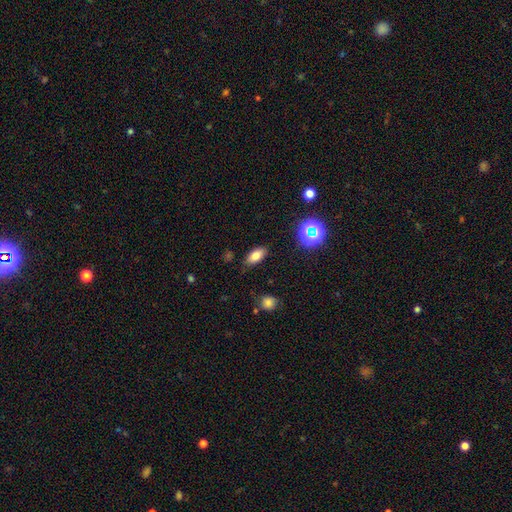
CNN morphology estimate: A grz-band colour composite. It shows a smooth galaxy with no disk features (76%) that is in between round and cigar-shaped (86%). Merging: none (83%).